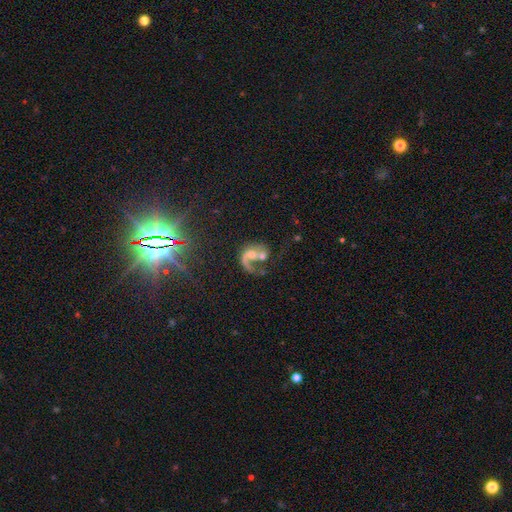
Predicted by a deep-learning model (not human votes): A featured or disk galaxy (68%) with no bar (68%), 1 (67%) loose (60%) spiral arms (77%) and a moderate central bulge (39%).

Vote fractions:
- Smooth or featured? featured or disk: 68% / star or artifact: 17% / smooth: 15%
- Edge-on disk? no: 97% / yes: 3%
- Bar? no: 68% / weak: 24% / strong: 8%
- Spiral arms? yes: 77% / no: 23%
- Spiral winding? loose: 60% / medium: 30% / tight: 11%
- Spiral arm count? 1: 67% / 2: 24% / can't tell: 5% / 3: 2% / more than 4: 1% / 4: 1%
- Bulge size? moderate: 39% / small: 34% / none: 17% / large: 7% / dominant: 3%
- Merging? merger: 42% / major disturbance: 24% / none: 24% / minor disturbance: 10%